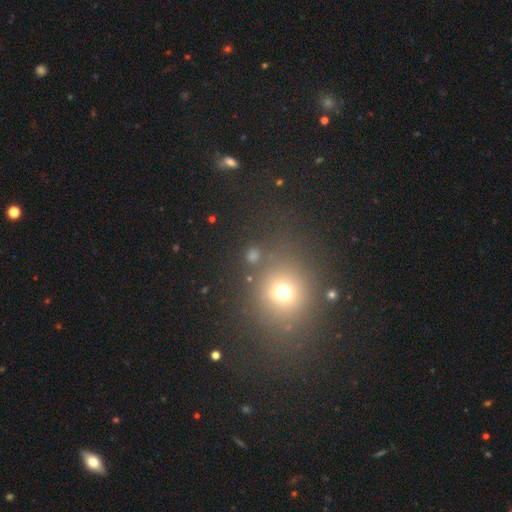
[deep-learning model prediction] smooth-or-featured: smooth: 62% | star or artifact: 28% | featured or disk: 9%
  how-rounded: round: 76% | in between: 22% | cigar-shaped: 2%
  merging: none: 76% | minor disturbance: 11% | merger: 7% | major disturbance: 6%